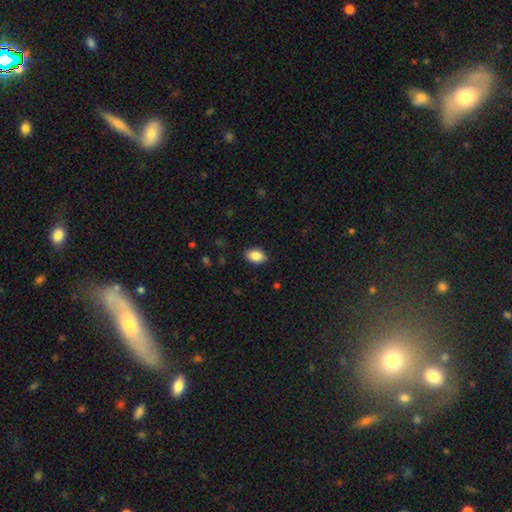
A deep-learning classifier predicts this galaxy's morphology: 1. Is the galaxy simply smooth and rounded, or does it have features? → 87% smooth, 8% star or artifact, 6% featured or disk.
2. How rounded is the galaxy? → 88% in between, 11% round, 1% cigar-shaped.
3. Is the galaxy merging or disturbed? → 88% none, 9% minor disturbance, 2% major disturbance, 1% merger.